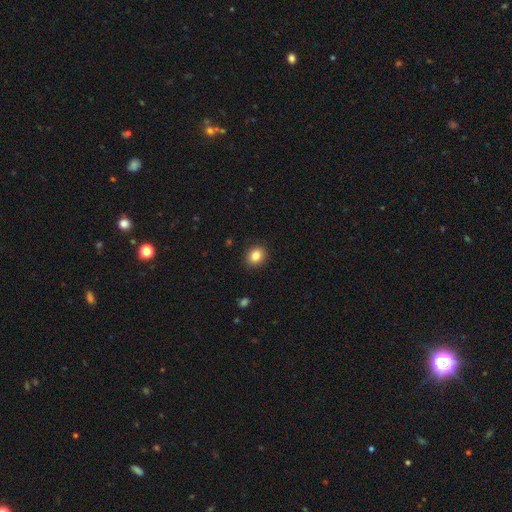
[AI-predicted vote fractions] A smooth galaxy with no disk features (84%) that is round (68%). Merging: none (90%).